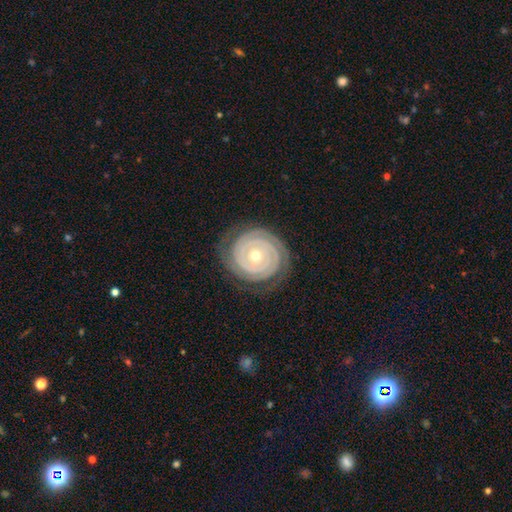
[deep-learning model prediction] This appears to be a featured or disk galaxy (91%) with no bar (76%), 2 (55%) tight (92%) spiral arms (98%) and a small central bulge (58%). Merging: none (84%).